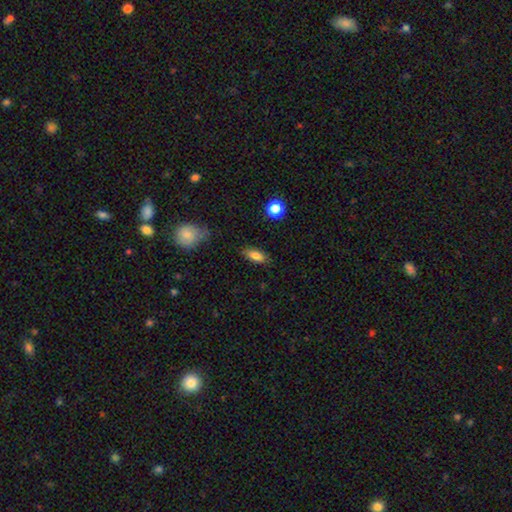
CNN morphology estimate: Q: Smooth or featured?
A: smooth (81%); runner-up: featured or disk (10%)
Q: How rounded?
A: in between (82%); runner-up: cigar-shaped (13%)
Q: Merging?
A: none (81%); runner-up: minor disturbance (15%)